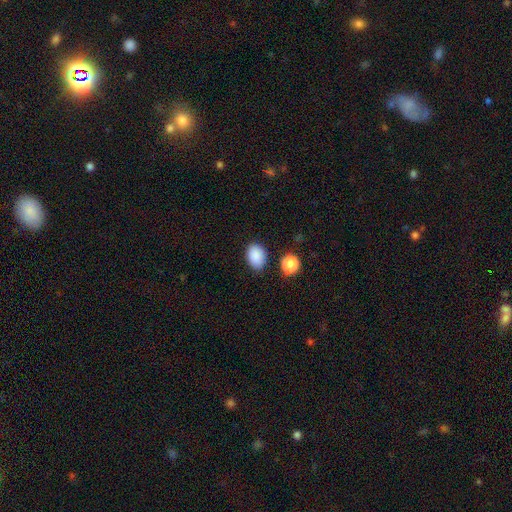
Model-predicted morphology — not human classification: smooth 87%, star or artifact 9%, featured or disk 4%. Down the decision tree: how rounded — in between (78%); merging — none (77%).